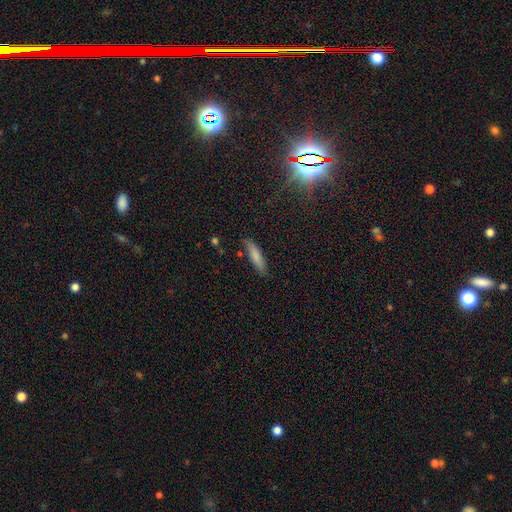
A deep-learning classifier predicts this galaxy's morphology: This is likely a smooth galaxy (79%). How rounded: likely cigar-shaped (79%). Merging: clearly none (81%).